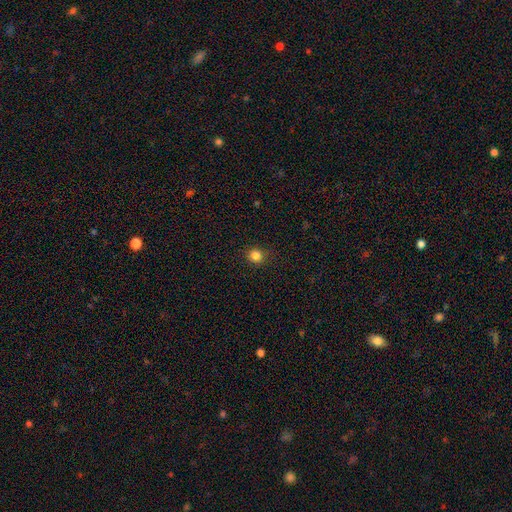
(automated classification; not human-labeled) The model was most divided on "smooth or featured": smooth: 84%, star or artifact: 13%, featured or disk: 4%. More confident: how rounded — round (91%); merging — none (89%).